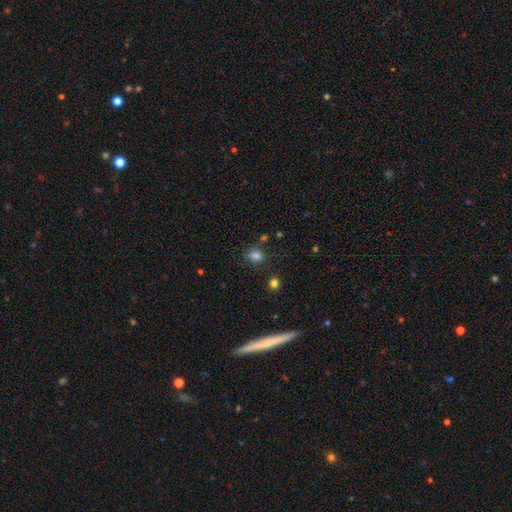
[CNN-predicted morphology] Smooth or featured? smooth (78%)
How rounded? in between (61%)
Merging? none (69%)